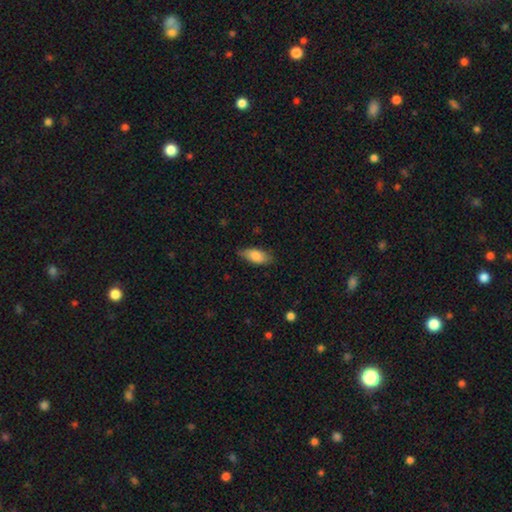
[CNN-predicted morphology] The model was most divided on "merging": none: 79%, minor disturbance: 17%, major disturbance: 3%, merger: 1%. More confident: how rounded — in between (84%); smooth or featured — smooth (82%).